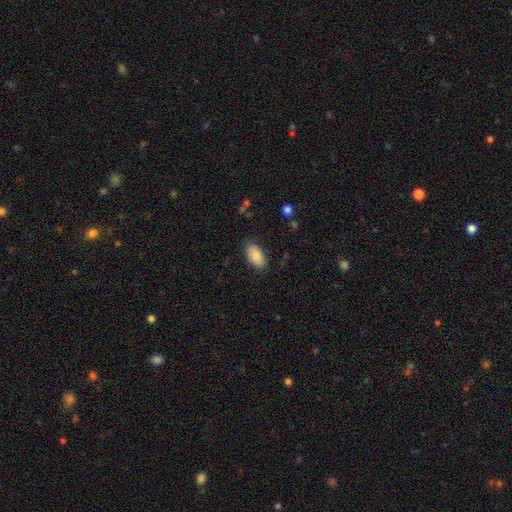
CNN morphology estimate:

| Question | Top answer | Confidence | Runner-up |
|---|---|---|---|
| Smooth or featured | smooth | 85% | featured or disk (8%) |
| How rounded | in between | 94% | round (3%) |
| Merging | none | 83% | minor disturbance (13%) |